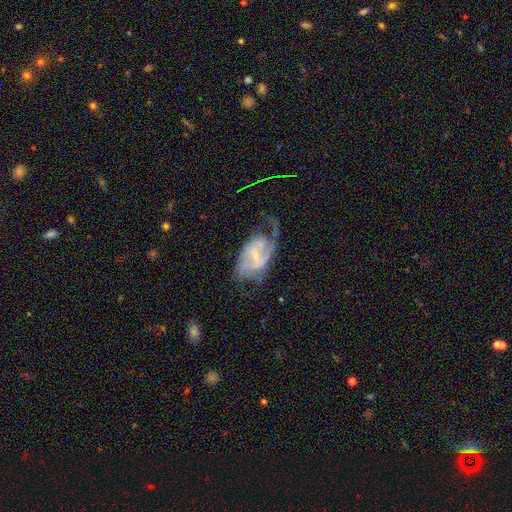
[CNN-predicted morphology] type=featured or disk (80%); edge-on=no (96%); bar=weak (49%); spiral arms=yes (88%); winding=medium (44%); arm count=2 (53%); bulge=small (69%); merging=none (41%).